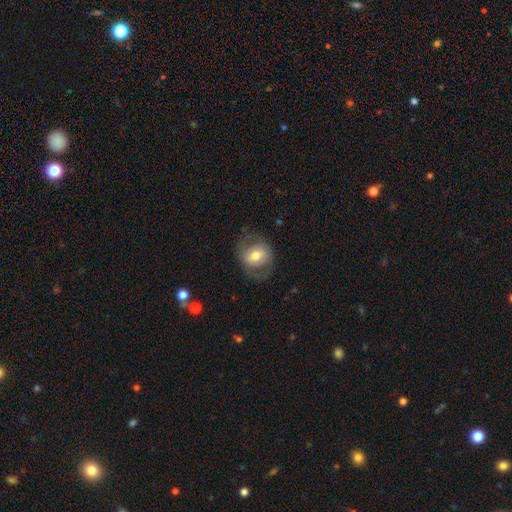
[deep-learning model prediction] This is possibly a smooth galaxy (52%). How rounded: likely round (61%). Merging: likely none (69%).